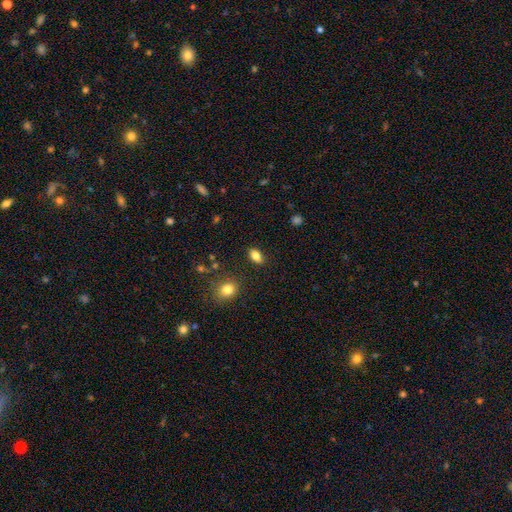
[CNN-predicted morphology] type=smooth (82%); roundness=in between (86%); merging=none (86%).